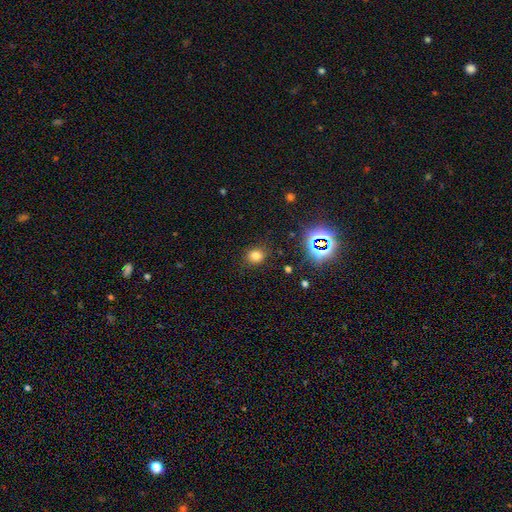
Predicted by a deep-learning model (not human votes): smooth_or_featured: smooth (p=0.74) [alt: star or artifact p=0.19]
how_rounded: round (p=0.75) [alt: in between p=0.24]
merging: none (p=0.85) [alt: minor disturbance p=0.10]